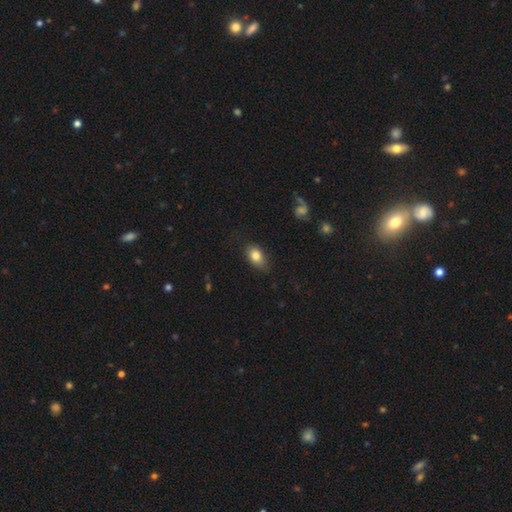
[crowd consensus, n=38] This is clearly a smooth galaxy (95%). How rounded: clearly in between (86%). Merging: possibly none (53%).